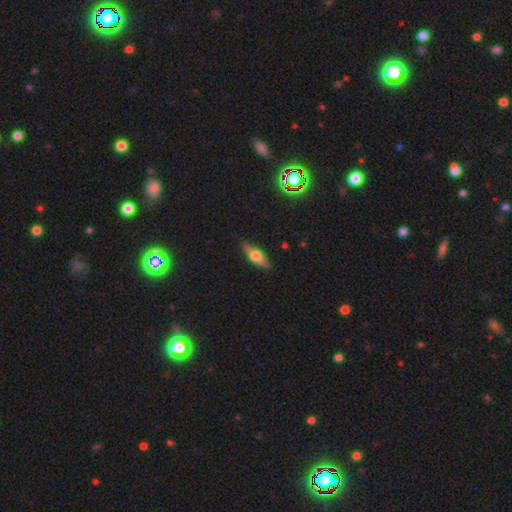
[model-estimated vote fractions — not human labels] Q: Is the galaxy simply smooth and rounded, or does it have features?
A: smooth — 52%.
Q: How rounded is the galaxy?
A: in between — 62%.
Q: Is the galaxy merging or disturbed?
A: none — 80%.